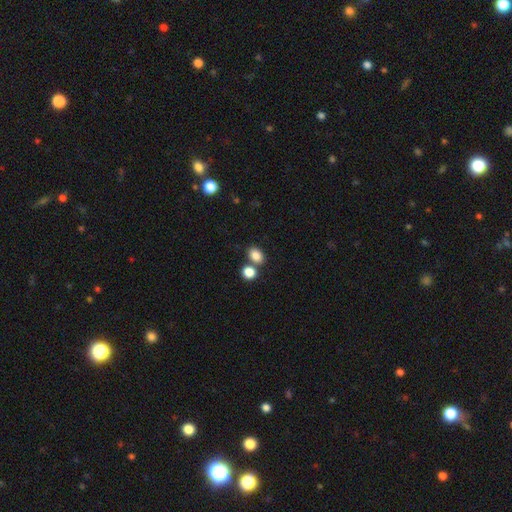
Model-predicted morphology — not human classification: Smooth or featured?
  - smooth: 84% *
  - star or artifact: 10%
  - featured or disk: 6%
How rounded?
  - in between: 68% *
  - round: 30%
  - cigar-shaped: 1%
Merging?
  - none: 61% *
  - merger: 26%
  - minor disturbance: 10%
  - major disturbance: 3%